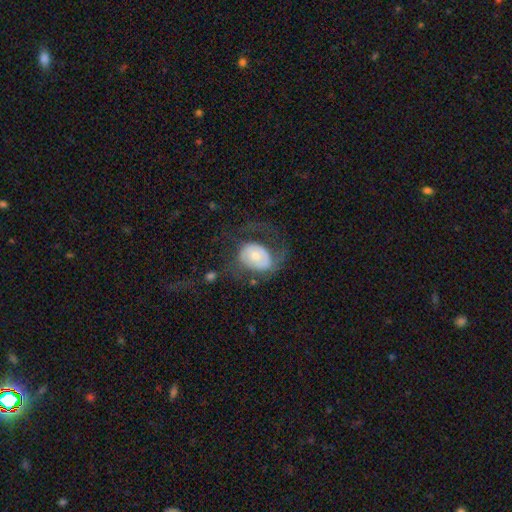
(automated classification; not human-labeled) Smooth or featured? Predicted: featured or disk (p=0.50). Merging? Predicted: major disturbance (p=0.39, tied with none).